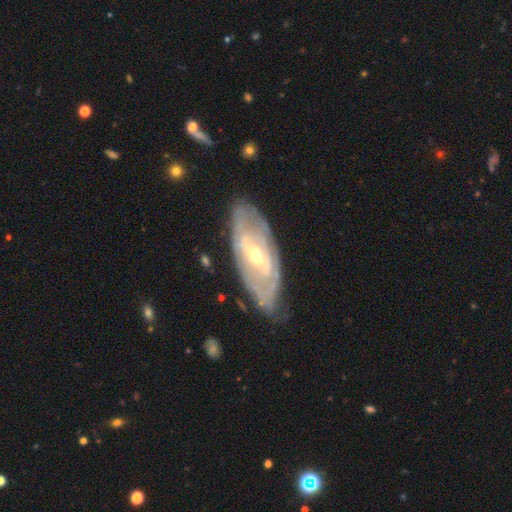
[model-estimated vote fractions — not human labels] The model was most divided on "bulge size": moderate: 52%, small: 44%, large: 2%, none: 1%, dominant: 1%. Remaining: edge-on disk — no (88%); smooth or featured — featured or disk (80%); merging — none (77%); spiral arms — yes (74%); spiral winding — tight (66%); spiral arm count — can't tell (50%); bar — weak (43%).